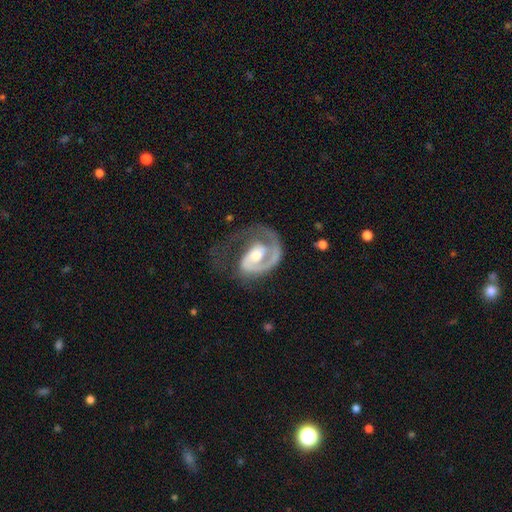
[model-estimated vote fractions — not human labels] Smooth or featured?
  - featured or disk: 88% *
  - smooth: 8%
  - star or artifact: 4%
Edge-on disk?
  - no: 98% *
  - yes: 2%
Bar?
  - no: 50% *
  - weak: 37%
  - strong: 13%
Spiral arms?
  - yes: 96% *
  - no: 4%
Spiral winding?
  - tight: 46% *
  - medium: 38%
  - loose: 16%
Spiral arm count?
  - 1: 79% *
  - 2: 14%
  - can't tell: 3%
  - 3: 2%
  - 4: 1%
  - more than 4: 1%
Bulge size?
  - moderate: 55% *
  - large: 22%
  - small: 18%
  - none: 3%
  - dominant: 2%
Merging?
  - none: 42% *
  - major disturbance: 37%
  - minor disturbance: 17%
  - merger: 3%